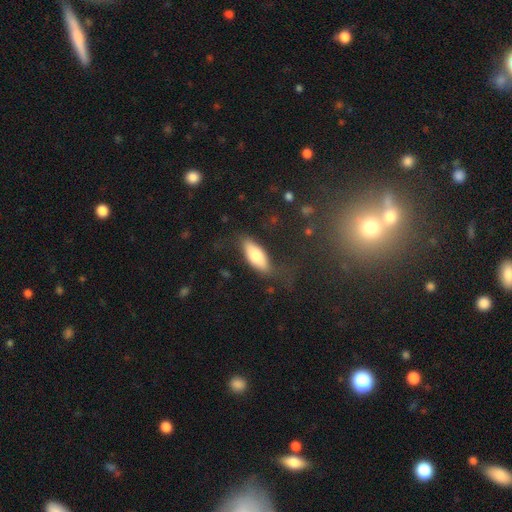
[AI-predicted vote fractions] Smooth or featured? Predicted: smooth (p=0.74). How rounded? Predicted: in between (p=0.74). Merging? Predicted: none (p=0.67).